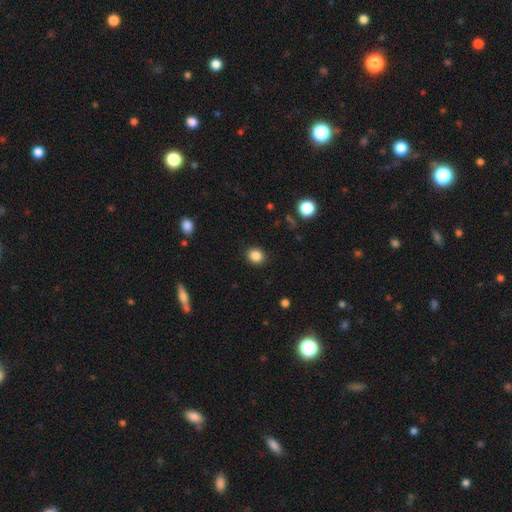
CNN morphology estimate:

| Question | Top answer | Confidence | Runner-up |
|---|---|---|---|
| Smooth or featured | smooth | 86% | star or artifact (11%) |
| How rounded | round | 78% | in between (21%) |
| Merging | none | 91% | minor disturbance (6%) |